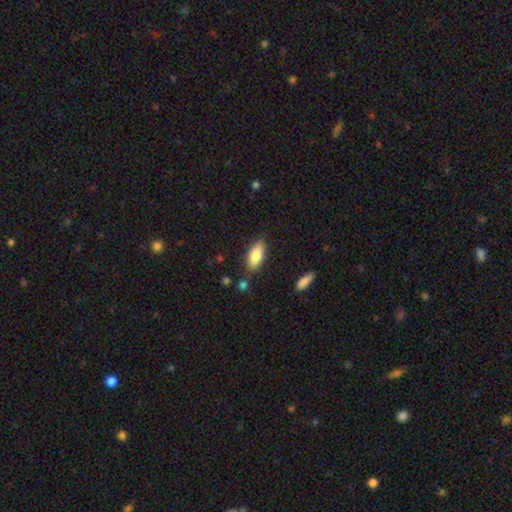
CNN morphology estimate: Q: Smooth or featured?
A: smooth (80%); runner-up: featured or disk (14%)
Q: How rounded?
A: in between (82%); runner-up: cigar-shaped (16%)
Q: Merging?
A: none (82%); runner-up: minor disturbance (12%)